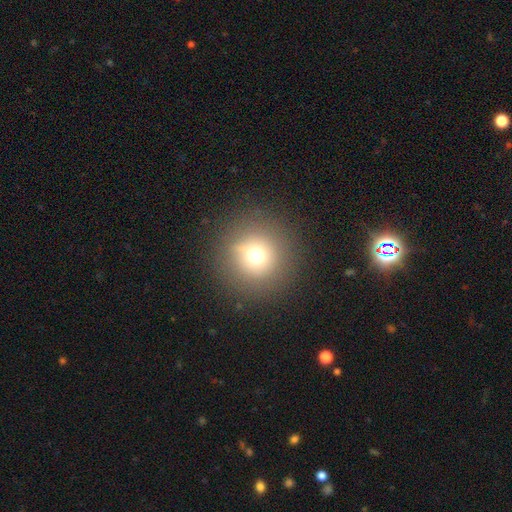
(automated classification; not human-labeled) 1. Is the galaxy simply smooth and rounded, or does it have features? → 68% smooth, 18% star or artifact, 13% featured or disk.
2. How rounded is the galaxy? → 96% round, 3% in between, 1% cigar-shaped.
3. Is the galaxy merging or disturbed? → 87% none, 8% minor disturbance, 4% major disturbance, 2% merger.